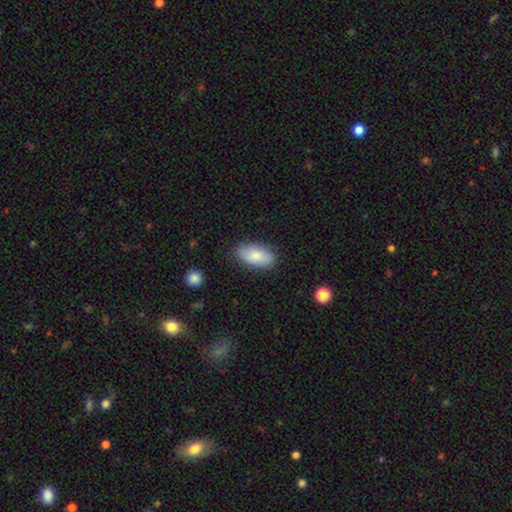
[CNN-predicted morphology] Smooth or featured: smooth — 81% (featured or disk — 13%)
How rounded: in between — 94% (cigar-shaped — 3%)
Merging: none — 84% (minor disturbance — 12%)